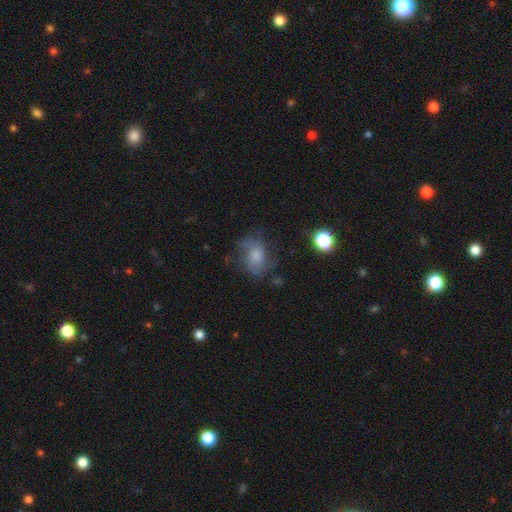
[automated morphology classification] Smooth or featured? Predicted: smooth (p=0.53). How rounded? Predicted: in between (p=0.58). Merging? Predicted: none (p=0.54).